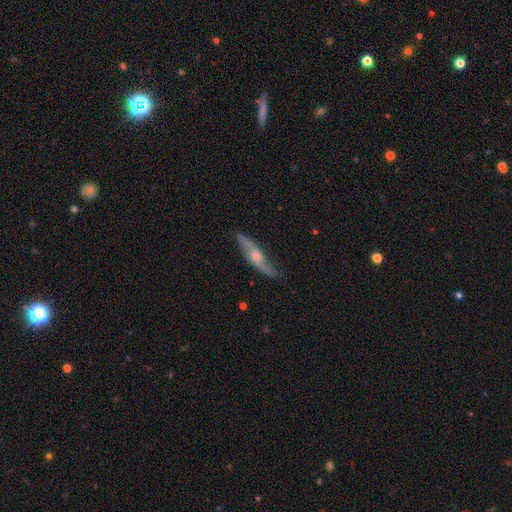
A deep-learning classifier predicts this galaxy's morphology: Smooth or featured? featured or disk (77%)
Edge-on disk? no (59%)
Merging? none (77%)